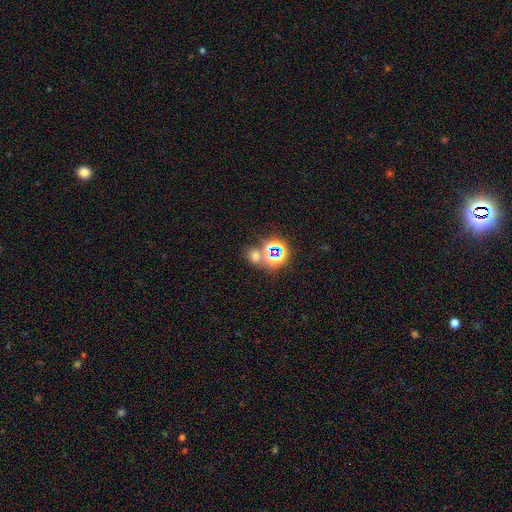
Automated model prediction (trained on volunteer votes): Smooth or featured? smooth (49%)
Merging? none (60%)